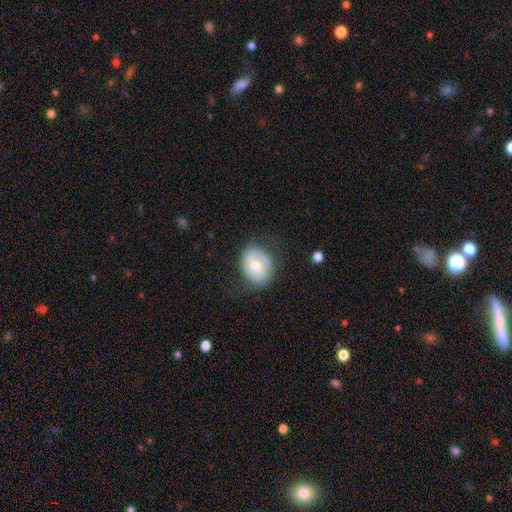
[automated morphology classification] This is possibly a featured or disk galaxy (45%). Merging: likely none (71%).